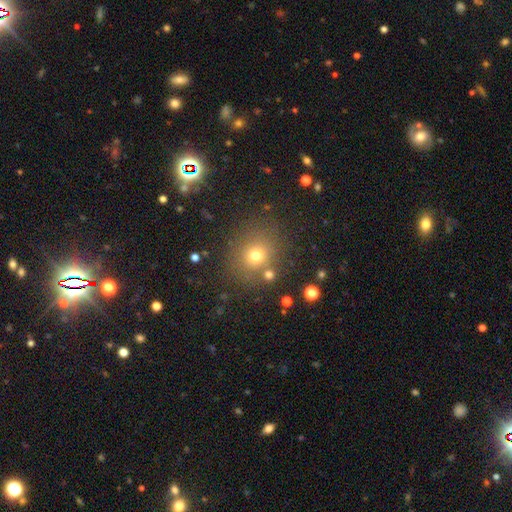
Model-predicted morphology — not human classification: Smooth or featured?
  - smooth: 70% *
  - star or artifact: 20%
  - featured or disk: 11%
How rounded?
  - round: 80% *
  - in between: 19%
  - cigar-shaped: 1%
Merging?
  - none: 79% *
  - minor disturbance: 10%
  - merger: 6%
  - major disturbance: 5%